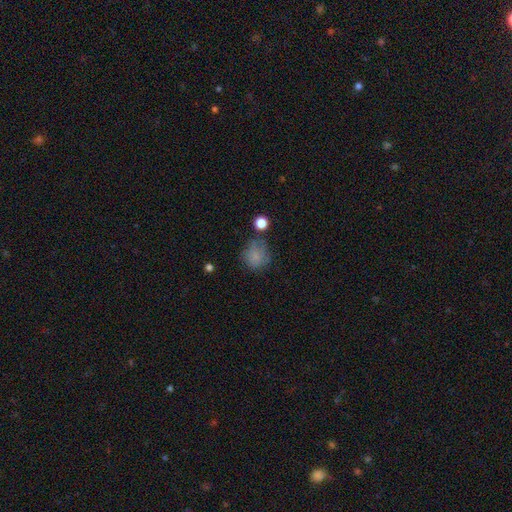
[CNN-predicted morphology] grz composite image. It shows a smooth galaxy with no disk features (74%) that is round (84%). Merging: none (58%).